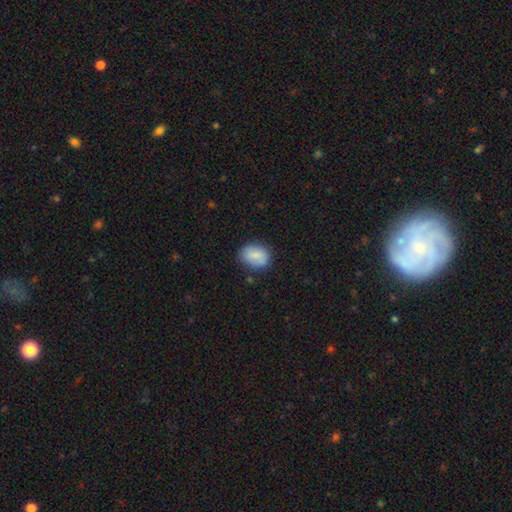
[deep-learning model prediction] Morphology: type=smooth (81%); roundness=in between (66%); merging=none (76%).